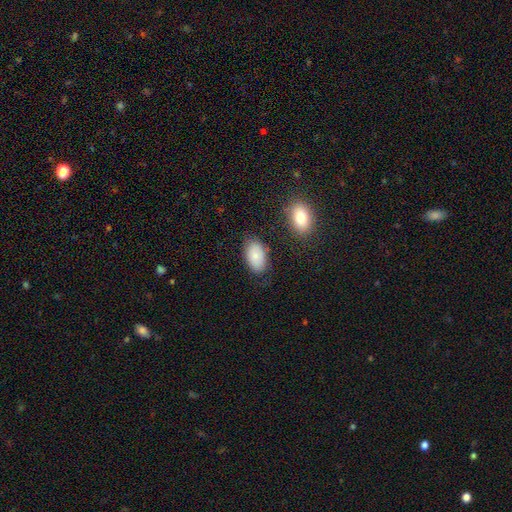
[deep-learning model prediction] A smooth galaxy with no disk features (85%) that is in between round and cigar-shaped (94%).

Vote fractions:
- Smooth or featured? smooth: 85% / featured or disk: 8% / star or artifact: 7%
- How rounded? in between: 94% / round: 5% / cigar-shaped: 1%
- Merging? none: 78% / minor disturbance: 15% / major disturbance: 4% / merger: 3%